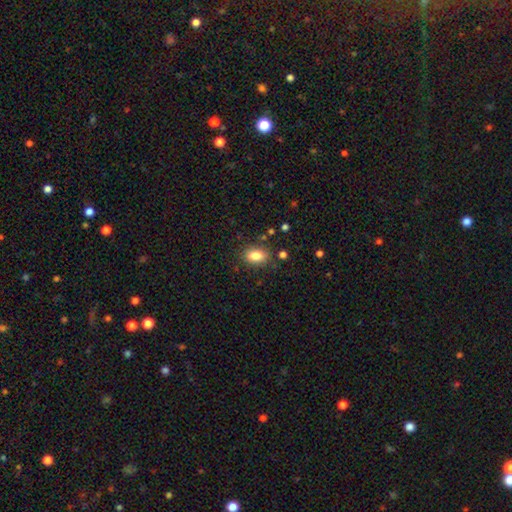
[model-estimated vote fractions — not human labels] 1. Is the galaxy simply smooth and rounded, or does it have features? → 85% smooth, 9% star or artifact, 7% featured or disk.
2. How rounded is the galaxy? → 86% in between, 11% round, 2% cigar-shaped.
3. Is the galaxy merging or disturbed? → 83% none, 11% minor disturbance, 3% major disturbance, 3% merger.